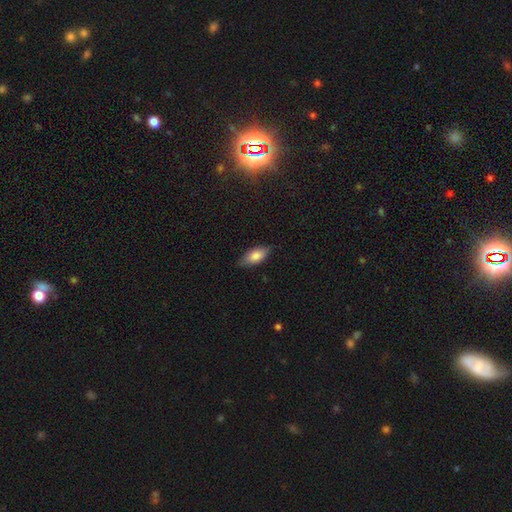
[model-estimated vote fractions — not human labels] A smooth galaxy with no disk features (80%) that is in between round and cigar-shaped (87%).

Vote fractions:
- Smooth or featured? smooth: 80% / featured or disk: 13% / star or artifact: 6%
- How rounded? in between: 87% / cigar-shaped: 10% / round: 3%
- Merging? none: 80% / minor disturbance: 16% / major disturbance: 3% / merger: 1%